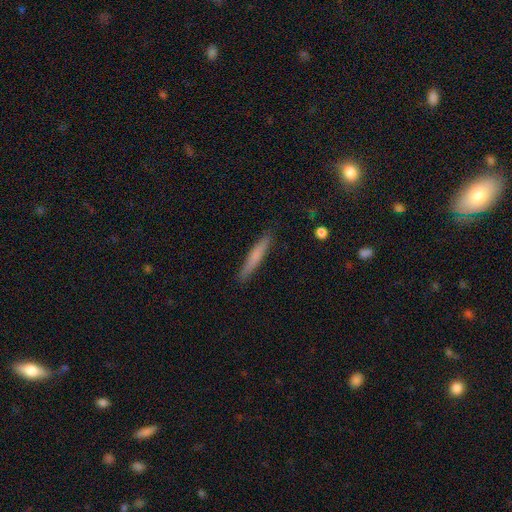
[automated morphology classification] The model was most divided on "smooth or featured": smooth: 68%, featured or disk: 26%, star or artifact: 6%. More confident: how rounded — cigar-shaped (95%); merging — none (90%).